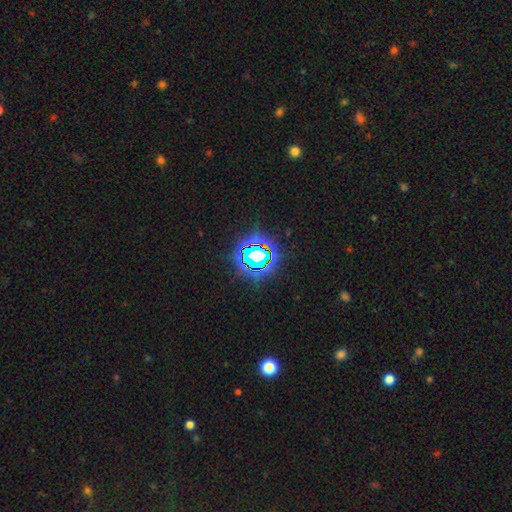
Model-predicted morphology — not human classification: smooth-or-featured: star or artifact: 72% | smooth: 16% | featured or disk: 12%